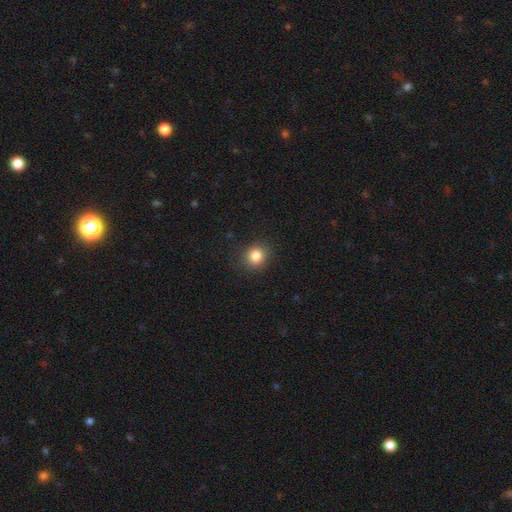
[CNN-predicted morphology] This is clearly a smooth galaxy (84%). How rounded: clearly round (82%). Merging: clearly none (88%).